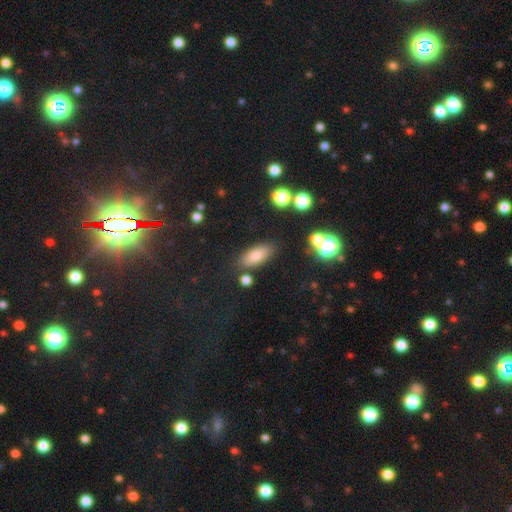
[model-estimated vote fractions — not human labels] Smooth or featured: smooth — 75% (star or artifact — 14%)
How rounded: in between — 79% (cigar-shaped — 16%)
Merging: none — 81% (minor disturbance — 11%)